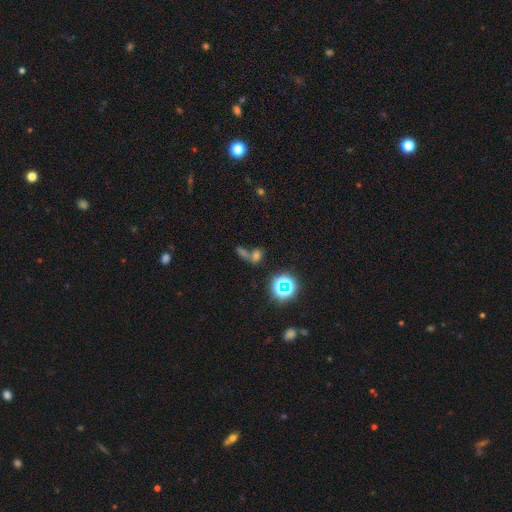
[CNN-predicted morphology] Overall: smooth (53%; star or artifact 34%). How rounded: in between (61%; round 33%). Merging: merger (51%; none 35%).